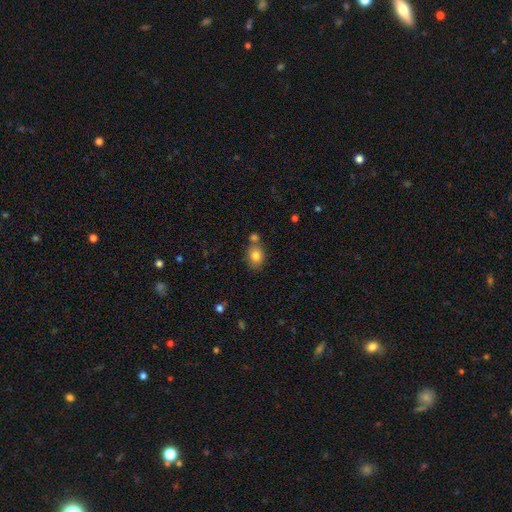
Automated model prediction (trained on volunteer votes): The model was most divided on "how rounded": in between: 55%, round: 44%, cigar-shaped: 1%. More confident: smooth or featured — smooth (80%); merging — none (64%).